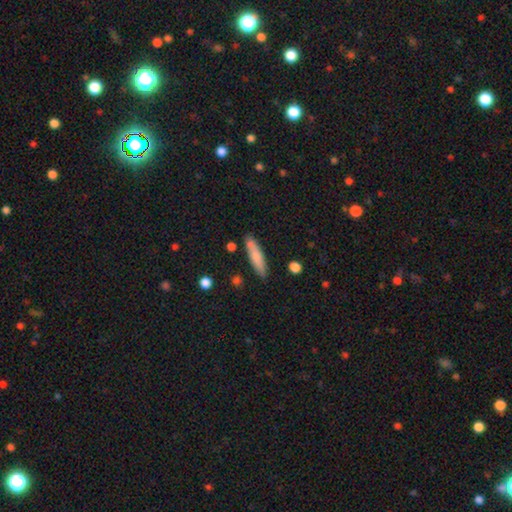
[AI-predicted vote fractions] Smooth or featured? Predicted: smooth (p=0.78). How rounded? Predicted: cigar-shaped (p=0.79). Merging? Predicted: none (p=0.82).